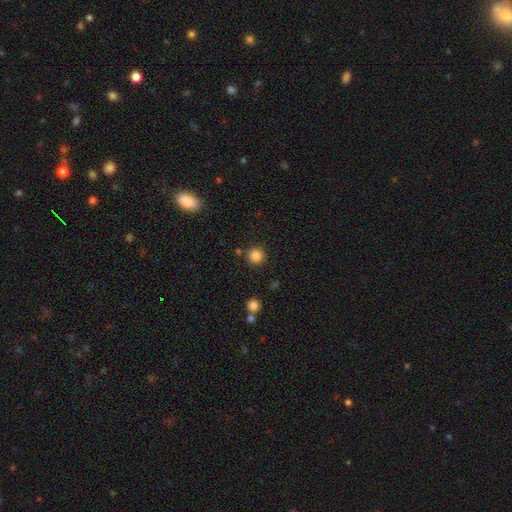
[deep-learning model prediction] Smooth or featured?
  - smooth: 85% *
  - star or artifact: 12%
  - featured or disk: 4%
How rounded?
  - round: 95% *
  - in between: 4%
  - cigar-shaped: 1%
Merging?
  - none: 88% *
  - minor disturbance: 6%
  - merger: 4%
  - major disturbance: 2%